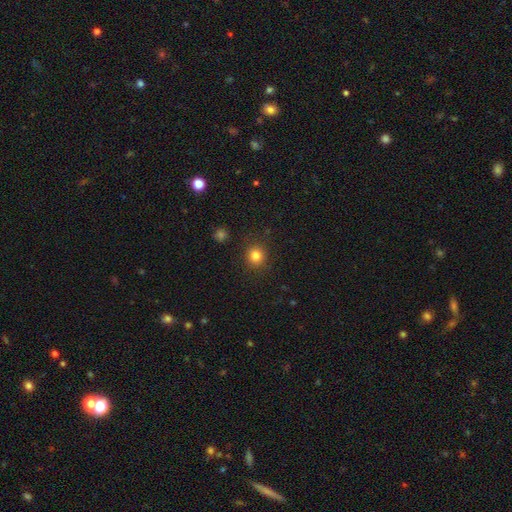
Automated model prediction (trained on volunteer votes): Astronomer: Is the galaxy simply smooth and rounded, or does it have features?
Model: smooth — 82%.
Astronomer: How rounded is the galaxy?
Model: round — 89%.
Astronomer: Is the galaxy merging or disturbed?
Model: none — 90%.